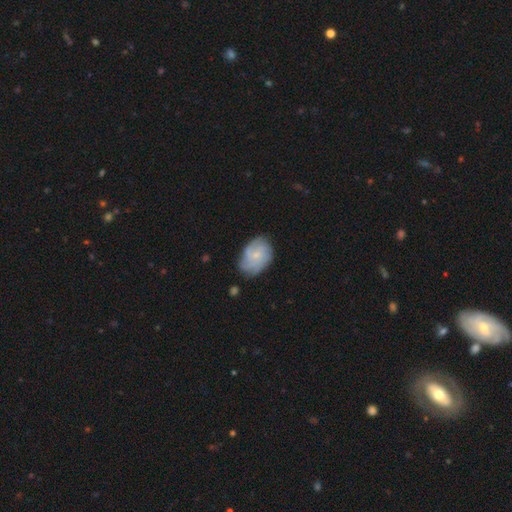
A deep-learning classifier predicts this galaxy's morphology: Smooth or featured? featured or disk (57%)
Edge-on disk? no (97%)
Bar? no (74%)
Spiral arms? yes (84%)
Bulge size? small (72%)
Merging? none (67%)